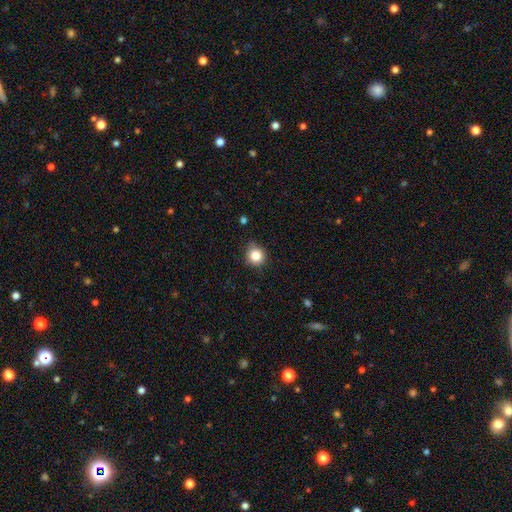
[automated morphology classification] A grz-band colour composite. It shows a smooth galaxy with no disk features (83%) that is round (91%). Merging: none (81%).